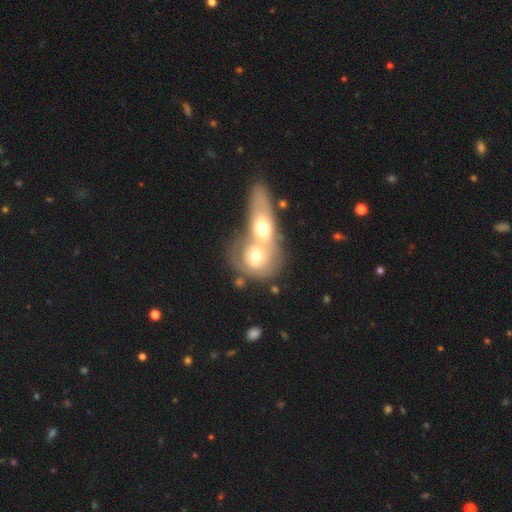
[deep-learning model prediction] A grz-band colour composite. It shows a smooth galaxy with no disk features (48%). Merging: merger (74%).